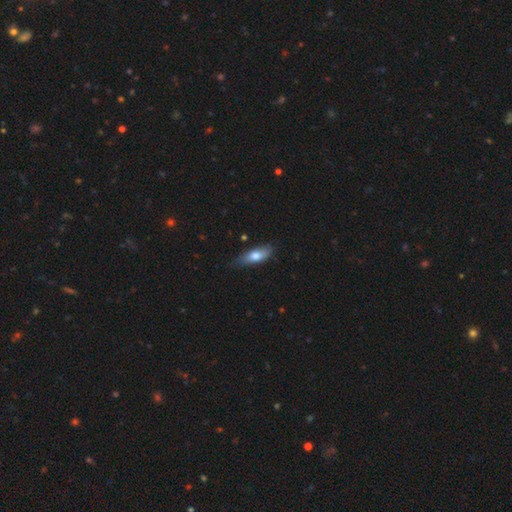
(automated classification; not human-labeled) This appears to be a smooth galaxy with no disk features (71%) that is in between round and cigar-shaped (64%). Merging: none (70%).